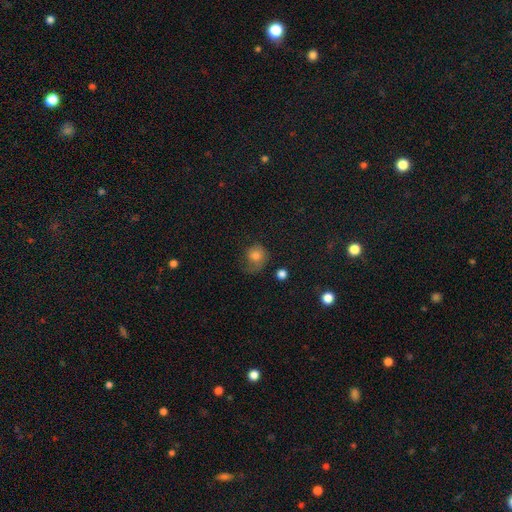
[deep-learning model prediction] A smooth galaxy with no disk features (71%) that is round (73%).

Vote fractions:
- Smooth or featured? smooth: 71% / featured or disk: 18% / star or artifact: 11%
- How rounded? round: 73% / in between: 26% / cigar-shaped: 1%
- Merging? none: 36% / major disturbance: 33% / minor disturbance: 28% / merger: 3%